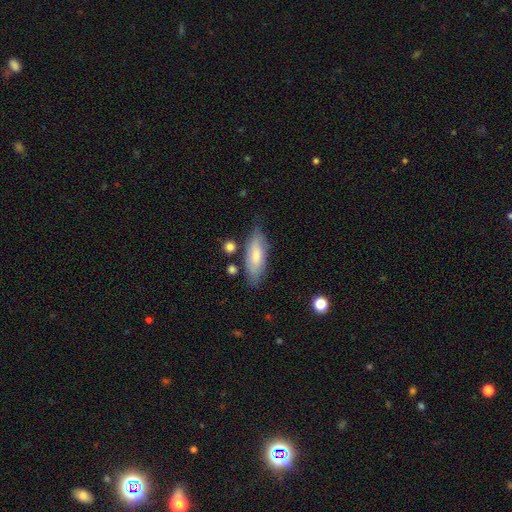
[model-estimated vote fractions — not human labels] Overall: smooth (71%). How rounded: in between (68%; cigar-shaped 30%). Merging: none (71%).